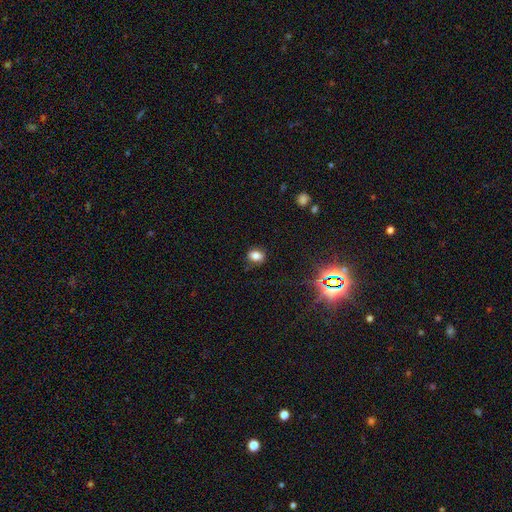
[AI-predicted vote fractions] A smooth galaxy with no disk features (77%) that is in between round and cigar-shaped (52%).

Vote fractions:
- Smooth or featured? smooth: 77% / star or artifact: 15% / featured or disk: 9%
- How rounded? in between: 52% / round: 47% / cigar-shaped: 1%
- Merging? none: 83% / minor disturbance: 13% / major disturbance: 3% / merger: 2%